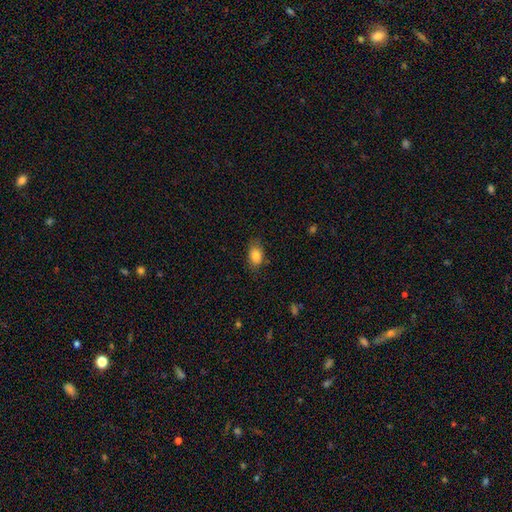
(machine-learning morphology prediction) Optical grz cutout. It shows a smooth galaxy with no disk features (84%) that is in between round and cigar-shaped (84%). Merging: none (76%).